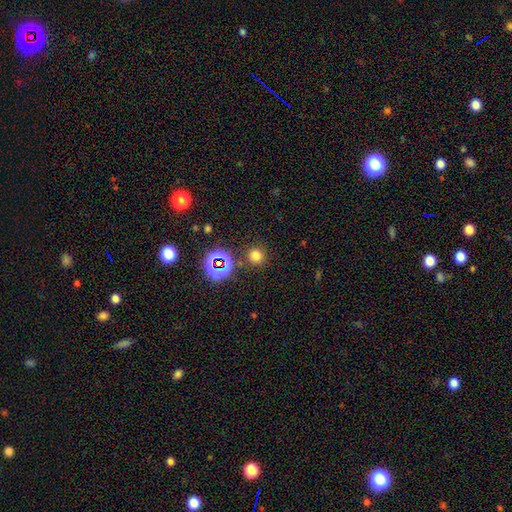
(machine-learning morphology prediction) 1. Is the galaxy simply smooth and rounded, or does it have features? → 71% smooth, 23% star or artifact, 6% featured or disk.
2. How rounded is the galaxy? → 92% round, 7% in between, 1% cigar-shaped.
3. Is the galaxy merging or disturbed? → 86% none, 7% minor disturbance, 4% merger, 3% major disturbance.